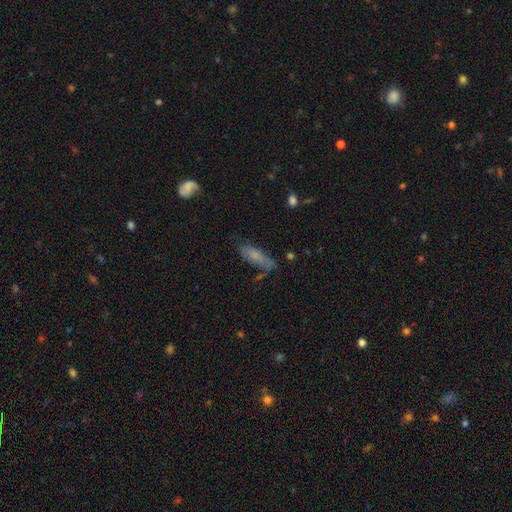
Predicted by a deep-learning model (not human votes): smooth_or_featured: smooth (p=0.59) [alt: featured or disk p=0.31]
how_rounded: in between (p=0.50) [alt: cigar-shaped p=0.47]
merging: none (p=0.55) [alt: minor disturbance p=0.28]